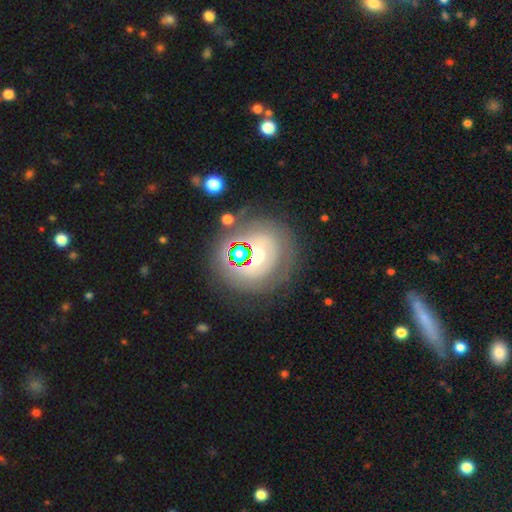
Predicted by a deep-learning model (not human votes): Smooth or featured?
  - featured or disk: 48% *
  - smooth: 29%
  - star or artifact: 22%
Merging?
  - none: 67% *
  - minor disturbance: 16%
  - major disturbance: 11%
  - merger: 7%